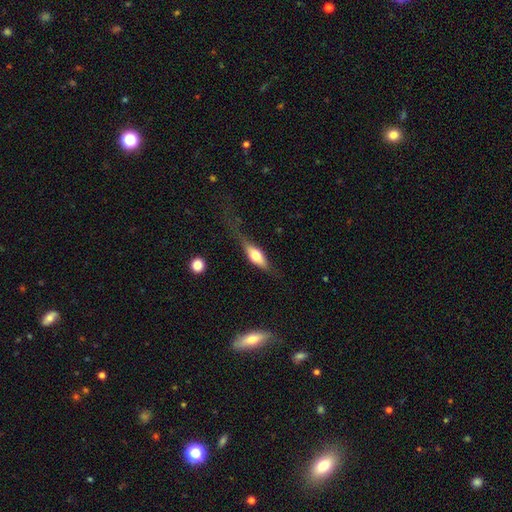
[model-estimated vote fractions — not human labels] Smooth or featured?
  - smooth: 51% *
  - featured or disk: 43%
  - star or artifact: 6%
How rounded?
  - in between: 59% *
  - cigar-shaped: 36%
  - round: 5%
Merging?
  - none: 49% *
  - minor disturbance: 26%
  - major disturbance: 22%
  - merger: 3%